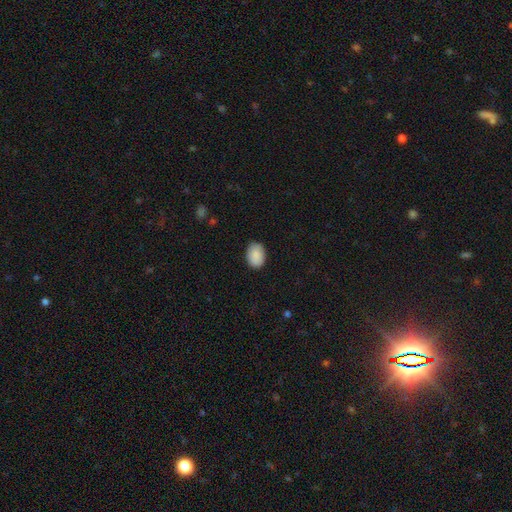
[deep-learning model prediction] Smooth or featured? smooth (90%)
How rounded? in between (79%)
Merging? none (85%)